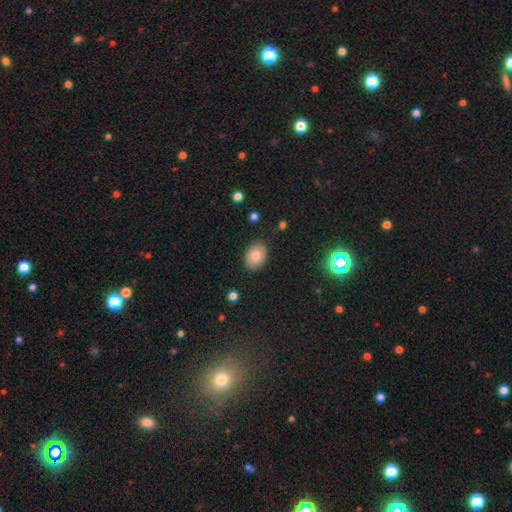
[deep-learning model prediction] smooth 80%, featured or disk 11%, star or artifact 9%. Down the decision tree: how rounded — in between (66%); merging — none (86%).